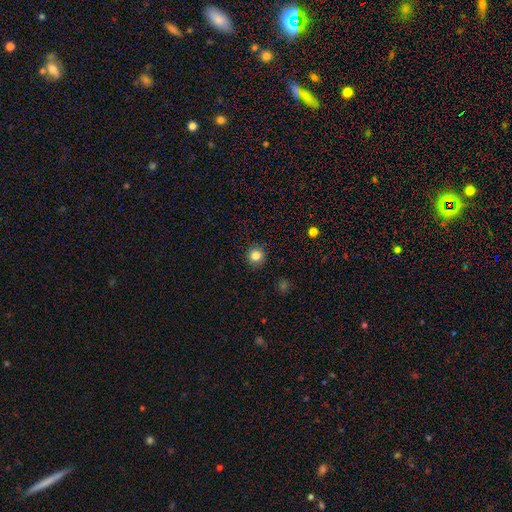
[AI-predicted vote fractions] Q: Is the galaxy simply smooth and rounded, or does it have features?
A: smooth — 84%.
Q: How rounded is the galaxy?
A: round — 93%.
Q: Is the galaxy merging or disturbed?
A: none — 91%.